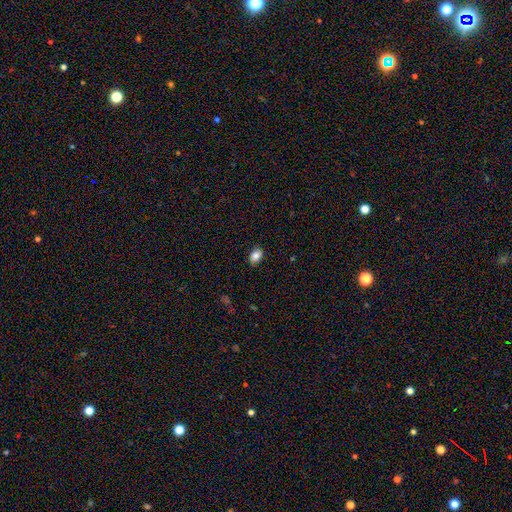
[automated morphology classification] Smooth or featured?
  - smooth: 80% *
  - featured or disk: 11%
  - star or artifact: 8%
How rounded?
  - in between: 84% *
  - round: 14%
  - cigar-shaped: 1%
Merging?
  - none: 81% *
  - minor disturbance: 15%
  - major disturbance: 3%
  - merger: 1%